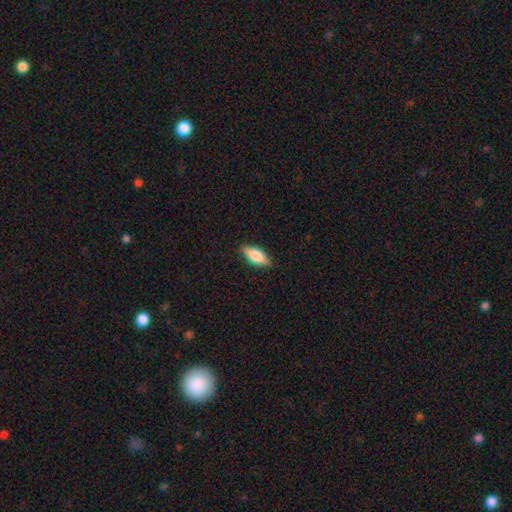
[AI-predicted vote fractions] This is likely a smooth galaxy (69%). How rounded: likely in between (77%). Merging: clearly none (87%).